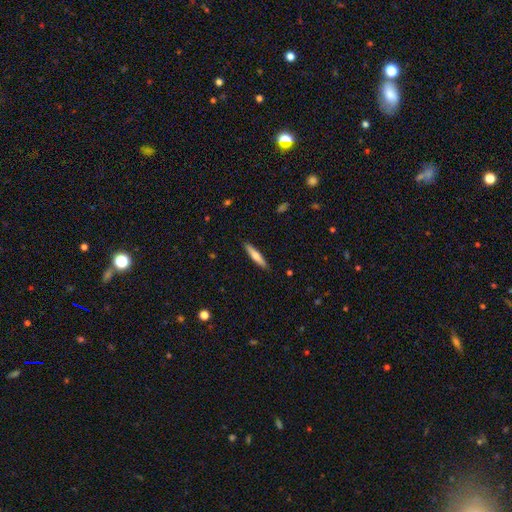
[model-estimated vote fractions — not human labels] smooth_or_featured: smooth (p=0.58) [alt: featured or disk p=0.37]
how_rounded: cigar-shaped (p=0.89) [alt: in between p=0.10]
merging: none (p=0.90) [alt: minor disturbance p=0.07]